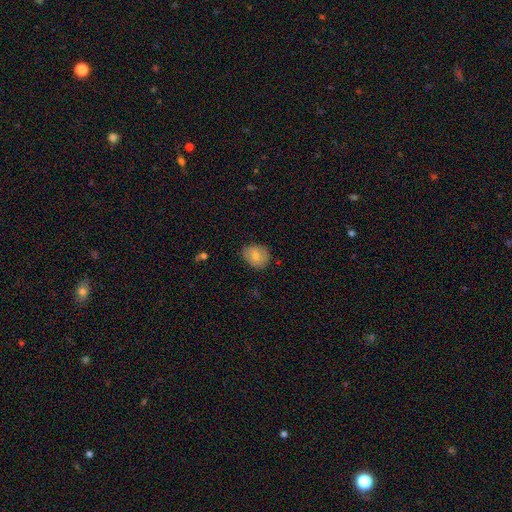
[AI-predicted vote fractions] Smooth or featured? Predicted: smooth (p=0.77). How rounded? Predicted: round (p=0.61). Merging? Predicted: none (p=0.77).